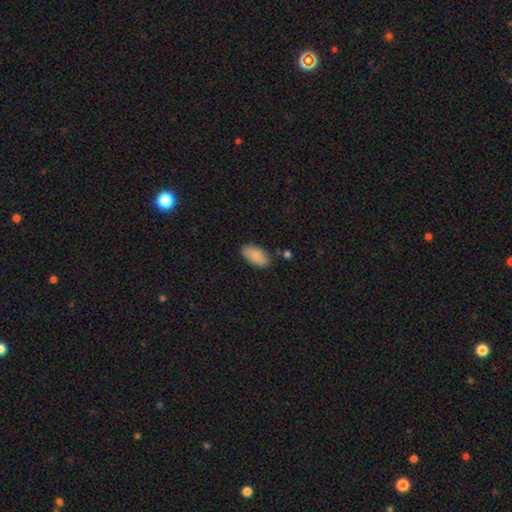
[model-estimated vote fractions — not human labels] Overall: smooth (87%). How rounded: in between (94%). Merging: none (83%).